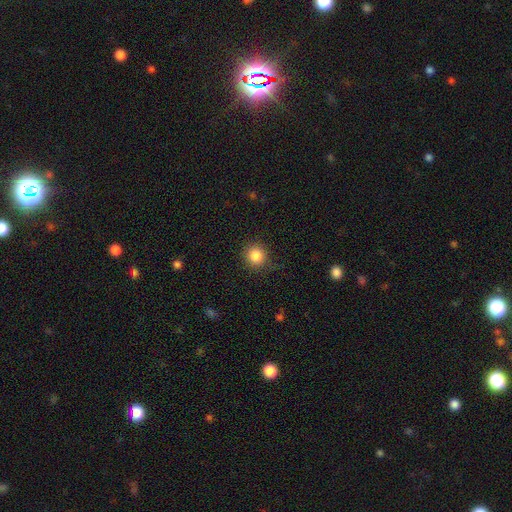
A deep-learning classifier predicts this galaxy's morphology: Smooth or featured? smooth (85%)
How rounded? round (93%)
Merging? none (85%)